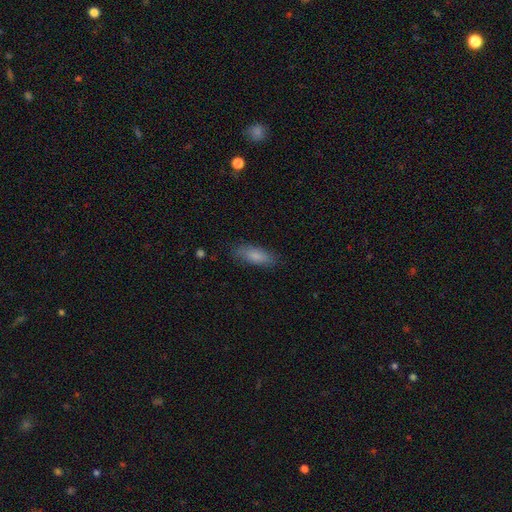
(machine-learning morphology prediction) Smooth or featured? Predicted: smooth (p=0.81). How rounded? Predicted: in between (p=0.63). Merging? Predicted: none (p=0.82).